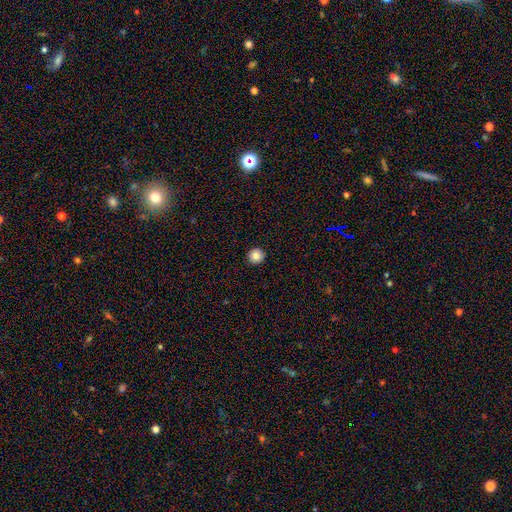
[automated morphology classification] Smooth or featured? Predicted: smooth (p=0.84). How rounded? Predicted: round (p=0.95). Merging? Predicted: none (p=0.93).